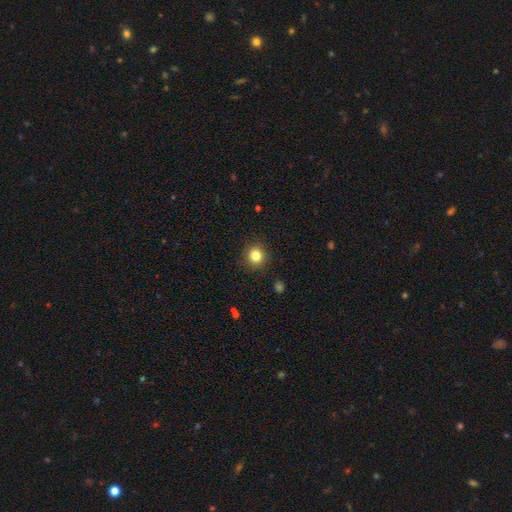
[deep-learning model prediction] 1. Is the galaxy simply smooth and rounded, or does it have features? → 82% smooth, 12% star or artifact, 6% featured or disk.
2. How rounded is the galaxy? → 91% round, 8% in between, 1% cigar-shaped.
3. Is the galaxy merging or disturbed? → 89% none, 7% minor disturbance, 2% major disturbance, 1% merger.